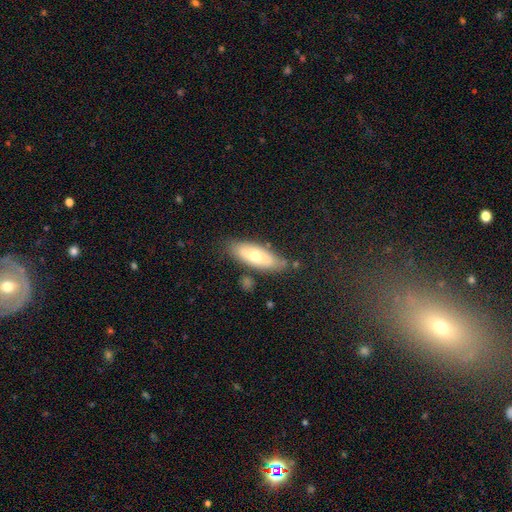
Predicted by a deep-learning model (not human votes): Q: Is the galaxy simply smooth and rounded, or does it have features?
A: smooth — 64%.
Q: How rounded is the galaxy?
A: in between — 65%.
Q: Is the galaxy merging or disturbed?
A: none — 77%.